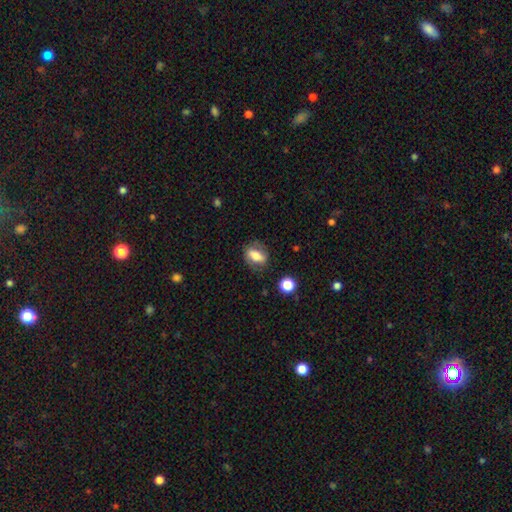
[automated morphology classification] Smooth or featured?
  - smooth: 64% *
  - featured or disk: 27%
  - star or artifact: 9%
How rounded?
  - in between: 74% *
  - round: 16%
  - cigar-shaped: 9%
Merging?
  - none: 75% *
  - minor disturbance: 17%
  - major disturbance: 6%
  - merger: 2%